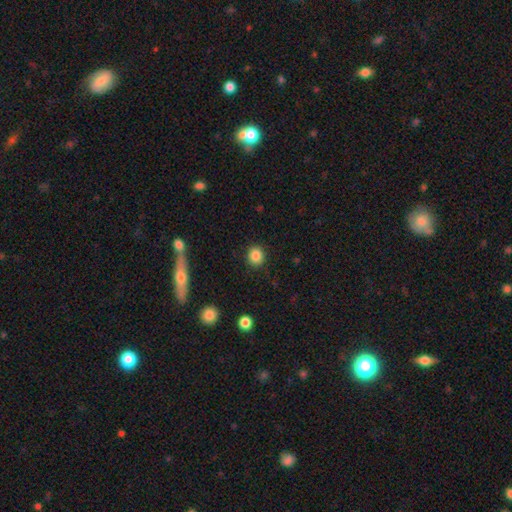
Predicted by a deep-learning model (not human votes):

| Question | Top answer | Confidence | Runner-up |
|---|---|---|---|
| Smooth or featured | smooth | 85% | star or artifact (10%) |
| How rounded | round | 85% | in between (14%) |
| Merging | none | 90% | minor disturbance (6%) |